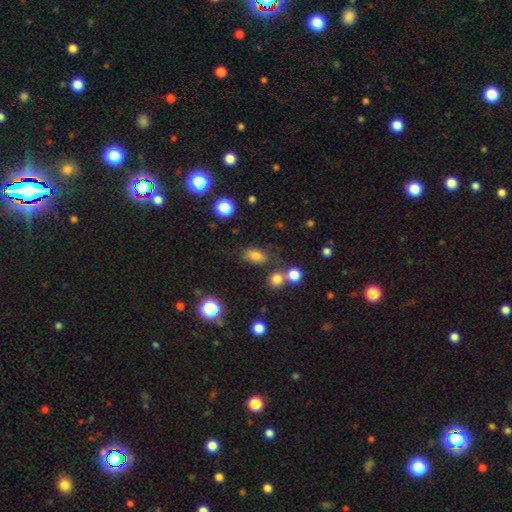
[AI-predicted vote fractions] Smooth or featured?
  - smooth: 75% *
  - star or artifact: 15%
  - featured or disk: 11%
How rounded?
  - in between: 80% *
  - round: 13%
  - cigar-shaped: 7%
Merging?
  - none: 71% *
  - minor disturbance: 15%
  - merger: 9%
  - major disturbance: 5%